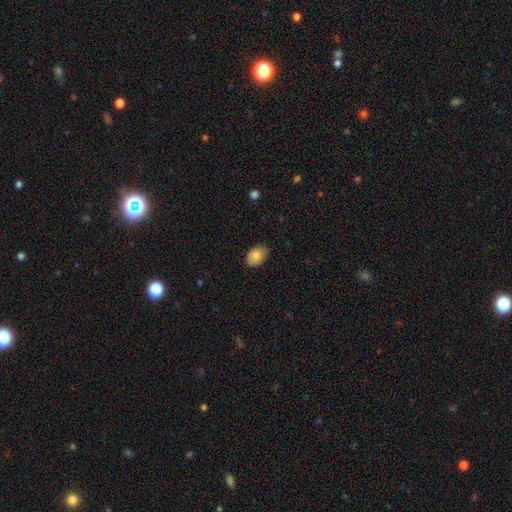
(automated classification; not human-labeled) This appears to be a smooth galaxy with no disk features (83%) that is in between round and cigar-shaped (81%). Merging: none (81%).